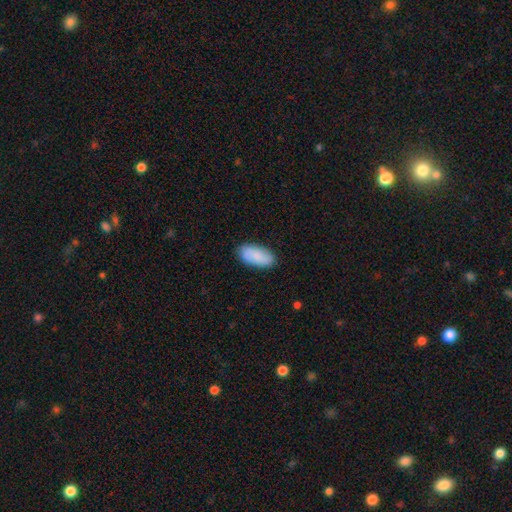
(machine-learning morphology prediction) Smooth or featured?
  - smooth: 82% *
  - featured or disk: 12%
  - star or artifact: 6%
How rounded?
  - in between: 91% *
  - cigar-shaped: 7%
  - round: 2%
Merging?
  - none: 85% *
  - minor disturbance: 11%
  - major disturbance: 2%
  - merger: 1%